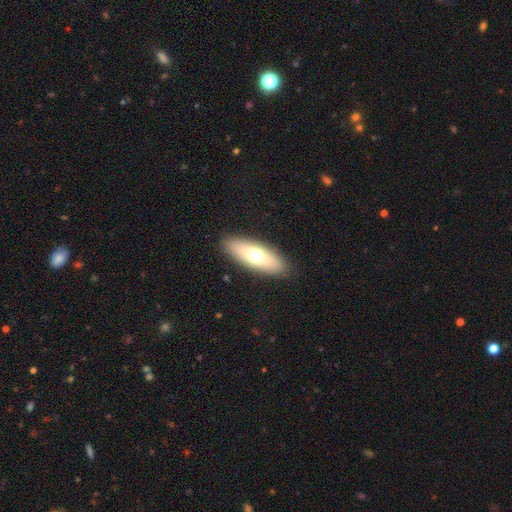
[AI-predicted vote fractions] smooth 63%, featured or disk 29%, star or artifact 8%. Down the decision tree: how rounded — in between (68%); merging — none (88%).